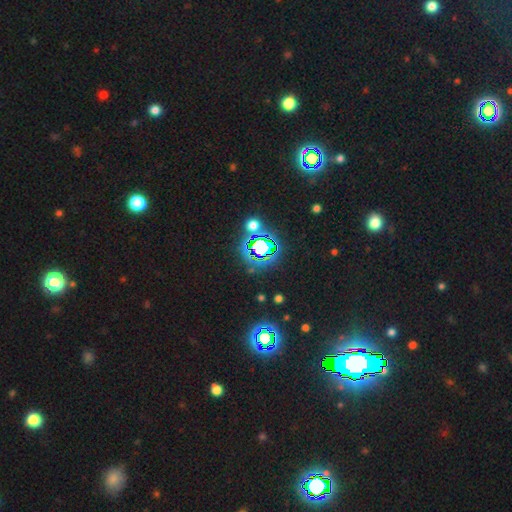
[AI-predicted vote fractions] This appears to be a star or artifact, not a galaxy (82%).